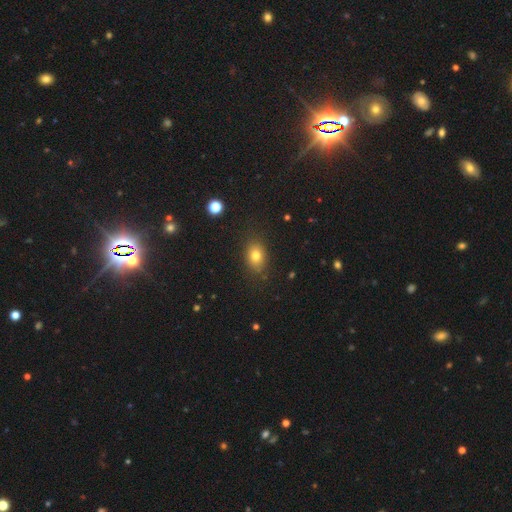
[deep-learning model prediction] smooth_or_featured: smooth (p=0.78) [alt: star or artifact p=0.12]
how_rounded: in between (p=0.69) [alt: round p=0.29]
merging: none (p=0.82) [alt: minor disturbance p=0.13]